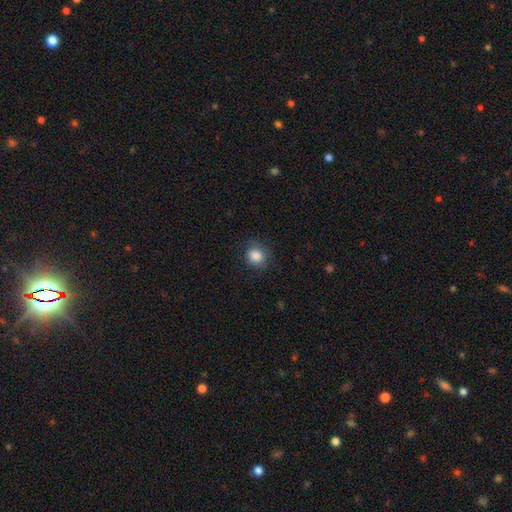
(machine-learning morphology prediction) This is clearly a smooth galaxy (86%). How rounded: clearly round (82%). Merging: likely none (77%).